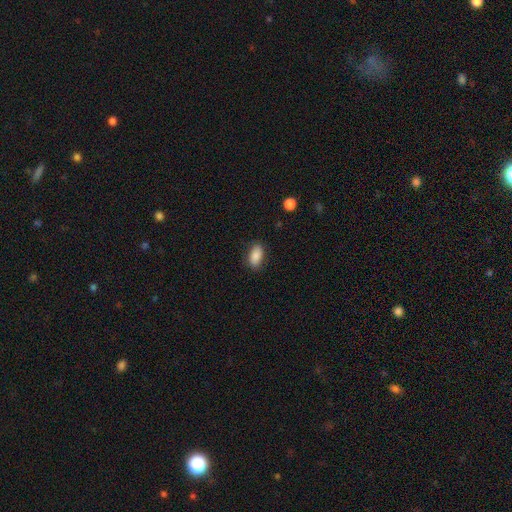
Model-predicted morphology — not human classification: This appears to be a smooth galaxy with no disk features (87%) that is in between round and cigar-shaped (91%). Merging: none (83%).